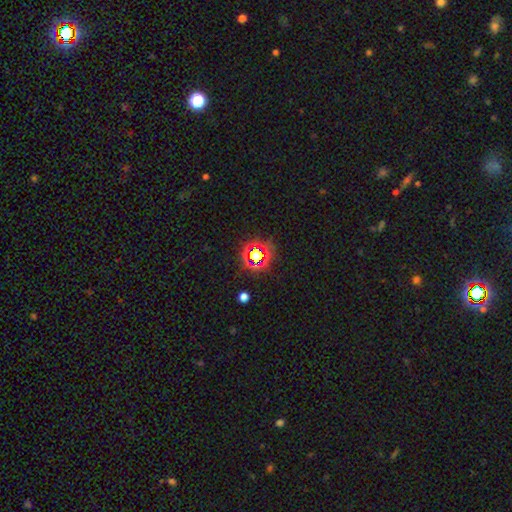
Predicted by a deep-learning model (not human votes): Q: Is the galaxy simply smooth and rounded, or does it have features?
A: star or artifact — 65%.